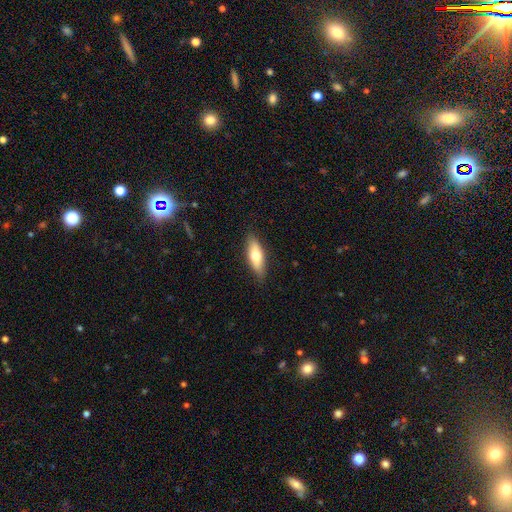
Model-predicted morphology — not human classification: Smooth or featured: smooth — 67% (featured or disk — 27%)
How rounded: in between — 61% (cigar-shaped — 36%)
Merging: none — 86% (minor disturbance — 11%)